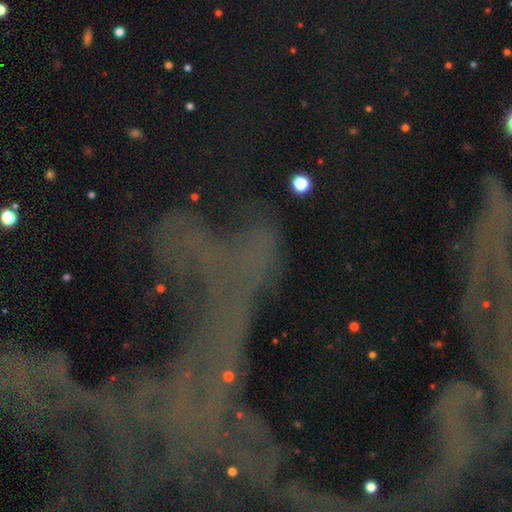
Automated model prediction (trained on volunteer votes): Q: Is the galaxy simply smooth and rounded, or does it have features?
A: star or artifact — 71%.